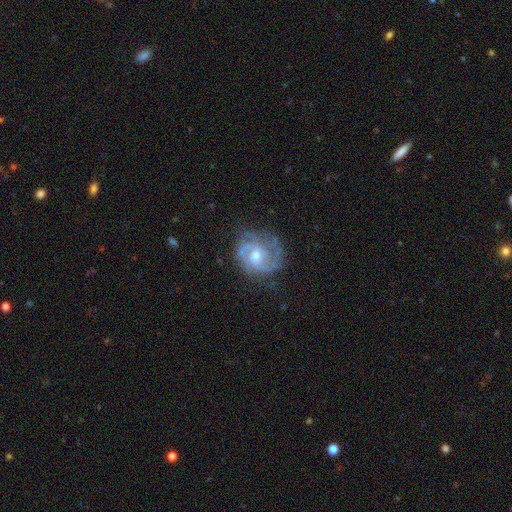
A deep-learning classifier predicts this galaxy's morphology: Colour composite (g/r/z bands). It shows a featured or disk galaxy (87%) with no bar (58%), 2 (42%) tight (46%) spiral arms (96%) and a moderate central bulge (67%). Merging: none (68%).